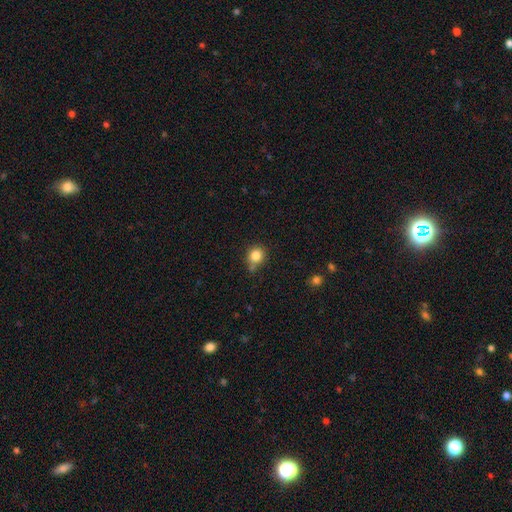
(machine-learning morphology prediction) This appears to be a smooth galaxy with no disk features (82%) that is round (84%). Merging: none (67%).